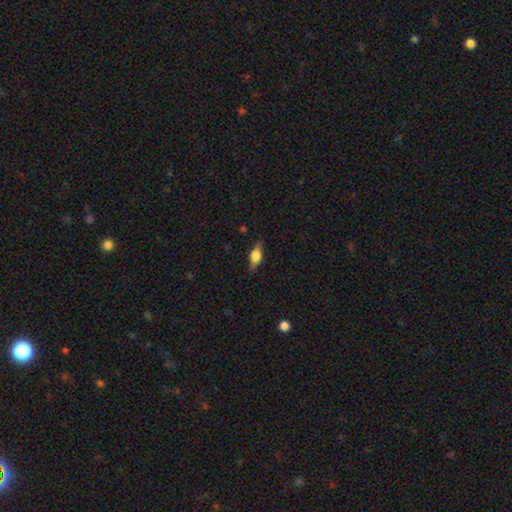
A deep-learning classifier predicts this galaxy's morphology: Smooth or featured? Predicted: smooth (p=0.63). How rounded? Predicted: in between (p=0.76). Merging? Predicted: none (p=0.82).